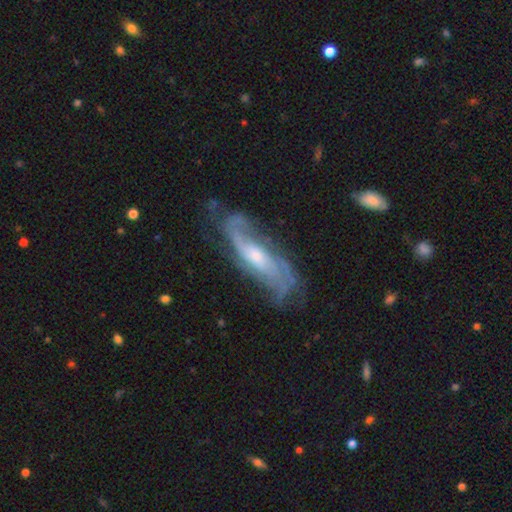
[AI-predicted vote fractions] smooth-or-featured: featured or disk: 84% | smooth: 10% | star or artifact: 6%
  disk-edge-on: no: 83% | yes: 17%
    bar: no: 50% | weak: 38% | strong: 12%
    has-spiral-arms: yes: 94% | no: 6%
      spiral-winding: medium: 44% | tight: 33% | loose: 24%
      spiral-arm-count: 2: 47% | can't tell: 27% | 3: 12% | 4: 5% | 1: 5% | more than 4: 4%
    bulge-size: moderate: 50% | small: 41% | large: 5% | none: 3% | dominant: 1%
  merging: none: 66% | minor disturbance: 21% | major disturbance: 11% | merger: 2%